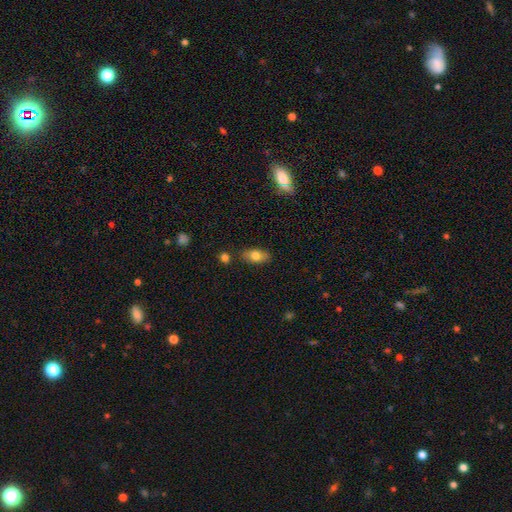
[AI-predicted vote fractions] Smooth or featured? smooth (76%)
How rounded? in between (88%)
Merging? none (83%)